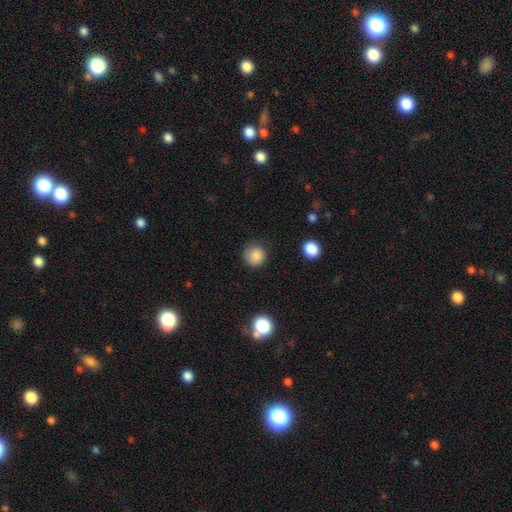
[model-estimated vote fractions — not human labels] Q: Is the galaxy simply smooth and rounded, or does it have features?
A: smooth — 85%.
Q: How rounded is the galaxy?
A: round — 92%.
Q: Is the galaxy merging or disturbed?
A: none — 81%.